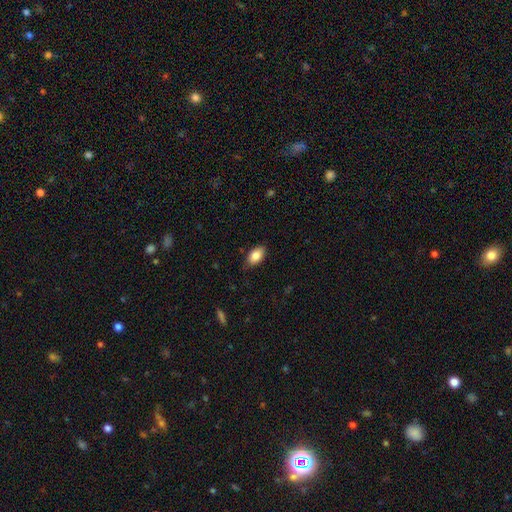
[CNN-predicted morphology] A smooth galaxy with no disk features (86%) that is in between round and cigar-shaped (92%).

Vote fractions:
- Smooth or featured? smooth: 86% / star or artifact: 7% / featured or disk: 7%
- How rounded? in between: 92% / round: 6% / cigar-shaped: 2%
- Merging? none: 82% / minor disturbance: 14% / major disturbance: 3% / merger: 1%